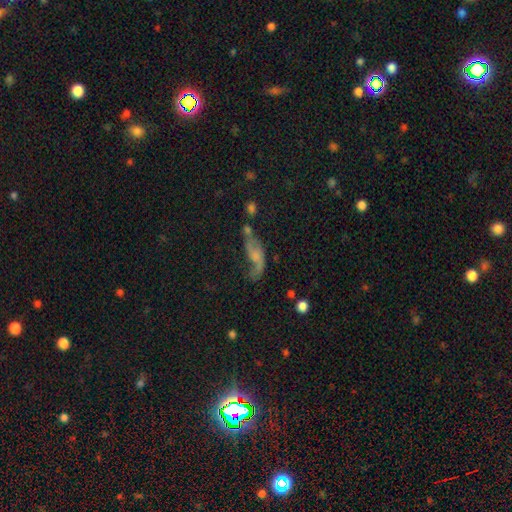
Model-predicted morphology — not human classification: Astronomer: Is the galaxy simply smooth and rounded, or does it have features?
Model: featured or disk — 56% (runner-up: smooth, 31%).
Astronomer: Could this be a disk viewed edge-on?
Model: no — 88%.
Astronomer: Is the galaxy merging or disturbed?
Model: none — 33% (runner-up: major disturbance, 28%).